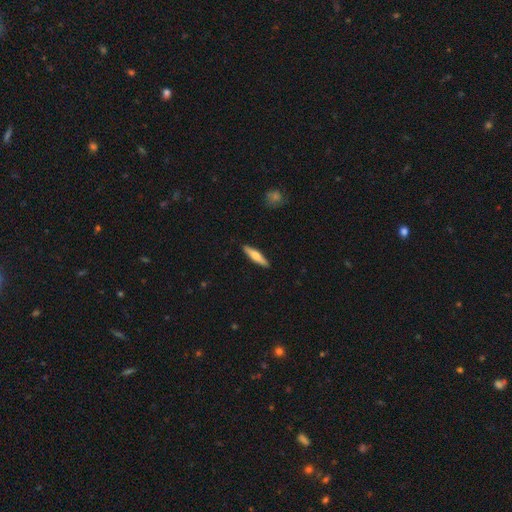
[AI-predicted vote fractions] smooth_or_featured: smooth (p=0.57) [alt: featured or disk p=0.37]
how_rounded: cigar-shaped (p=0.81) [alt: in between p=0.17]
merging: none (p=0.91) [alt: minor disturbance p=0.07]